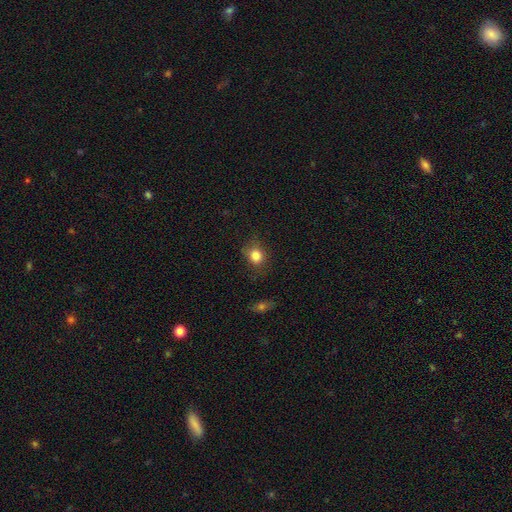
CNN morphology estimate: This is clearly a smooth galaxy (82%). How rounded: likely round (67%). Merging: likely none (72%).